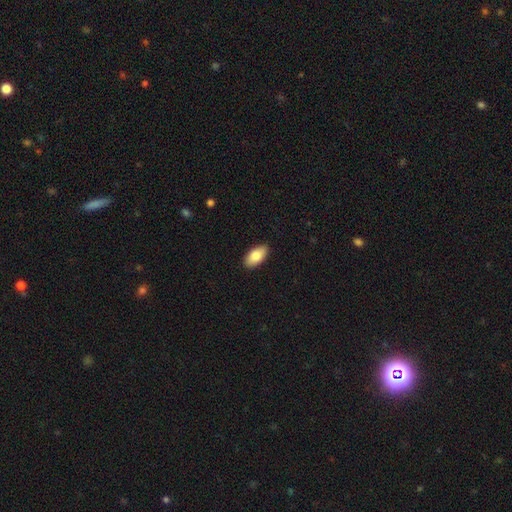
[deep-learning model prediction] Smooth or featured? smooth (83%)
How rounded? in between (94%)
Merging? none (90%)